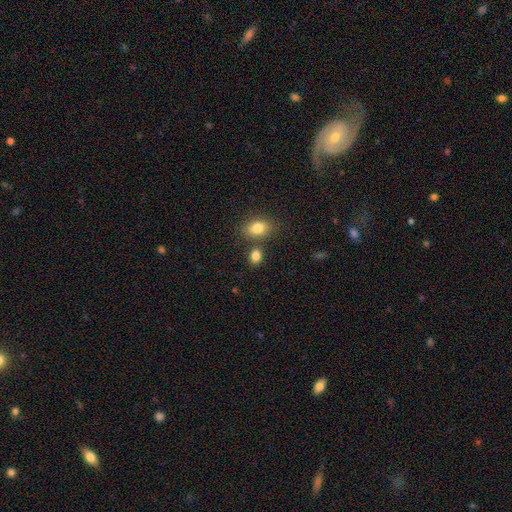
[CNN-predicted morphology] smooth-or-featured: smooth: 84% | star or artifact: 10% | featured or disk: 6%
  how-rounded: in between: 63% | round: 35% | cigar-shaped: 2%
  merging: none: 70% | merger: 16% | minor disturbance: 11% | major disturbance: 3%